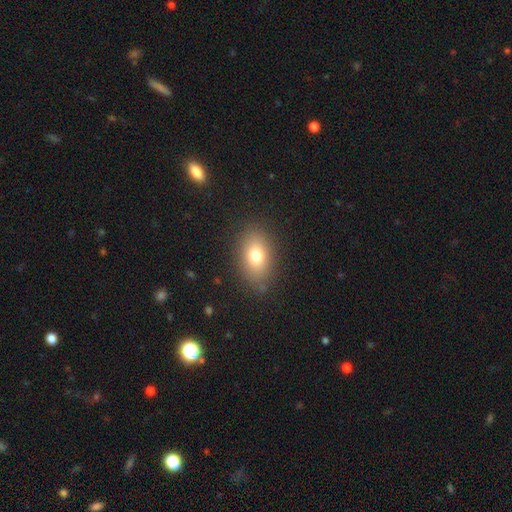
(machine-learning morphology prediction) smooth 76%, featured or disk 13%, star or artifact 11%. Down the decision tree: how rounded — in between (82%); merging — none (84%).